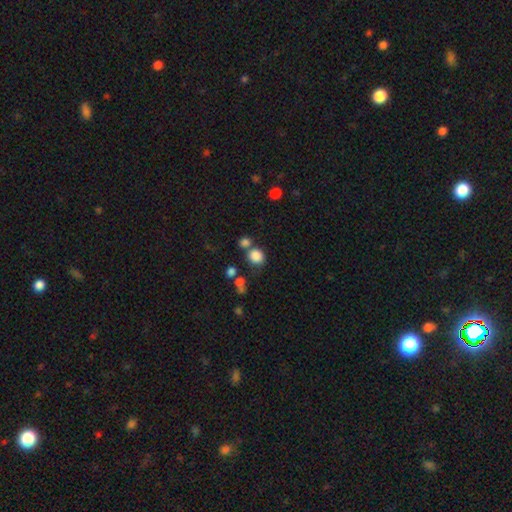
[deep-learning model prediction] Smooth or featured? smooth (83%)
How rounded? round (80%)
Merging? none (60%)